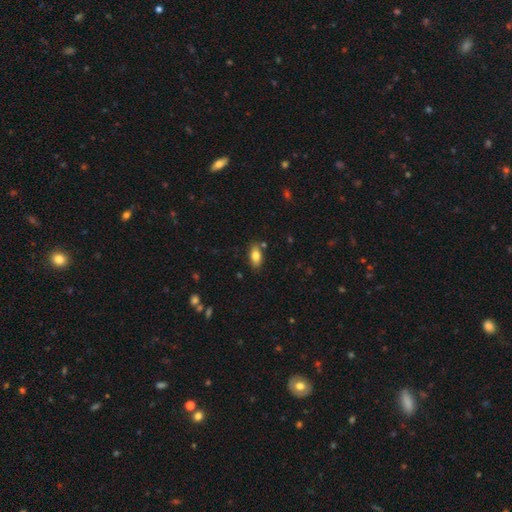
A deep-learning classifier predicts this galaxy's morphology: type=smooth (81%); roundness=in between (89%); merging=none (82%).